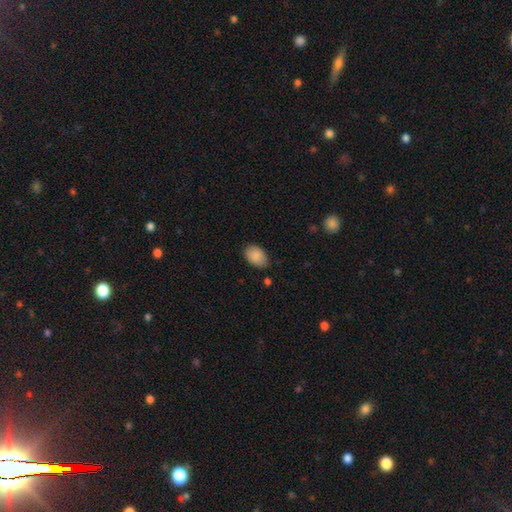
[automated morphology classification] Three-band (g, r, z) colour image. It shows a smooth galaxy with no disk features (88%) that is in between round and cigar-shaped (89%). Merging: none (76%).